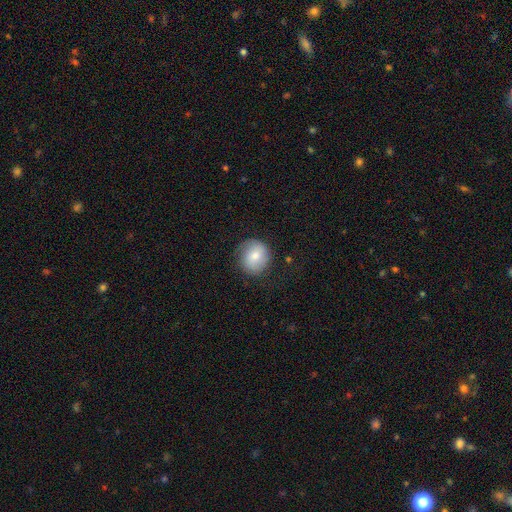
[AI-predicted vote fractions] Smooth or featured? smooth (70%)
How rounded? round (85%)
Merging? none (74%)